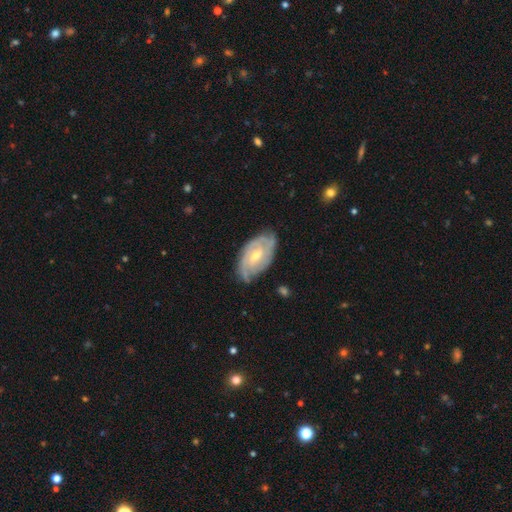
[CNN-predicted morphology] Smooth or featured? featured or disk (80%)
Edge-on disk? no (95%)
Bar? weak (50%)
Spiral arms? yes (93%)
Spiral winding? tight (64%)
Spiral arm count? can't tell (33%)
Bulge size? moderate (53%)
Merging? none (72%)